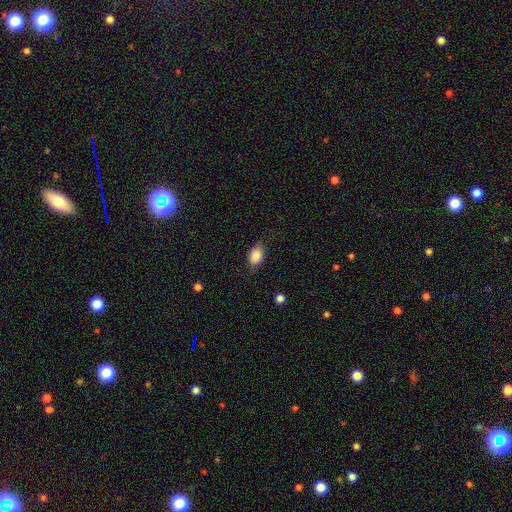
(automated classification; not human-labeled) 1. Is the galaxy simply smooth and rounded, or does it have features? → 84% smooth, 8% featured or disk, 7% star or artifact.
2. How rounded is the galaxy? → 86% in between, 12% round, 2% cigar-shaped.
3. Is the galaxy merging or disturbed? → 77% none, 18% minor disturbance, 4% major disturbance, 1% merger.